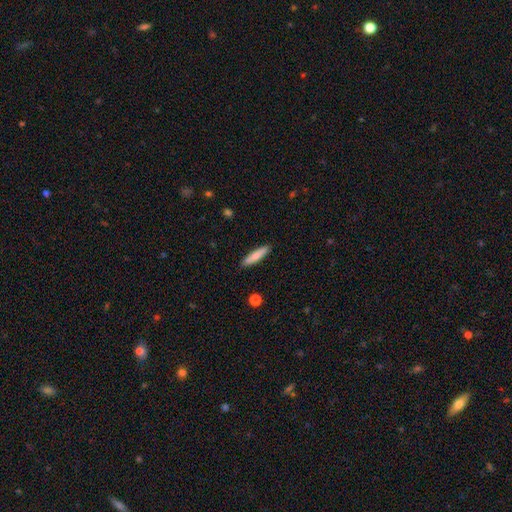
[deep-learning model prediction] This is likely a smooth galaxy (79%). How rounded: clearly cigar-shaped (85%). Merging: clearly none (90%).